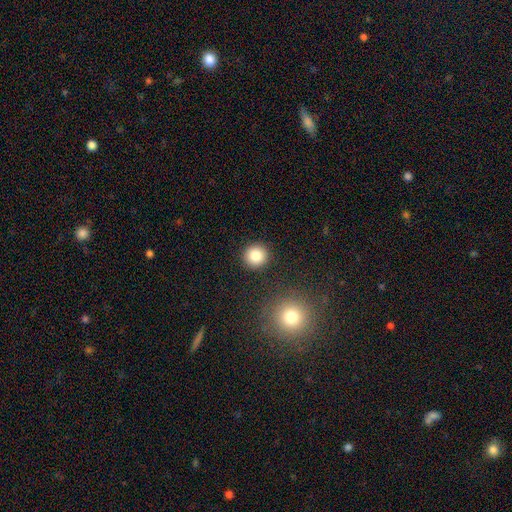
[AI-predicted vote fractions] This appears to be a smooth galaxy with no disk features (83%) that is round (94%). Merging: none (91%).